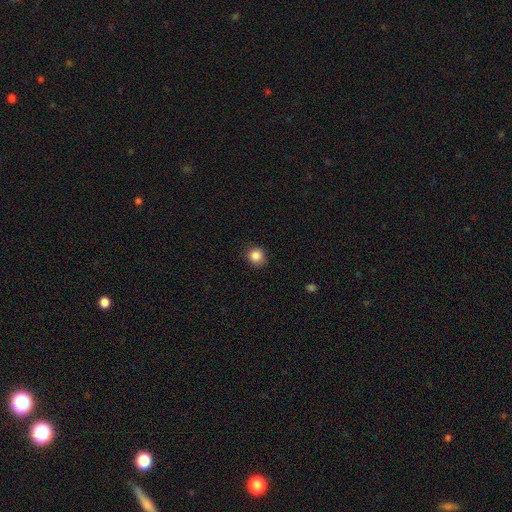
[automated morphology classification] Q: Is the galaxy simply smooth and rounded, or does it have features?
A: smooth — 86%.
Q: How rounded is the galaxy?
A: round — 86%.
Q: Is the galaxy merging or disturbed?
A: none — 86%.